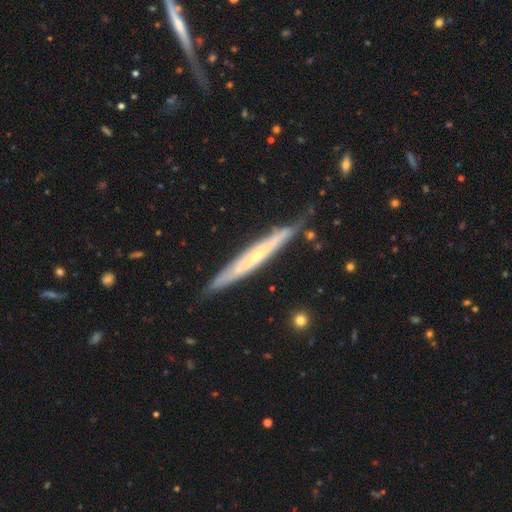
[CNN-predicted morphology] Smooth or featured: featured or disk — 66% (smooth — 28%)
Edge-on disk: yes — 88% (no — 12%)
Edge-on bulge: none — 56% (rounded — 39%)
Merging: none — 75% (minor disturbance — 19%)